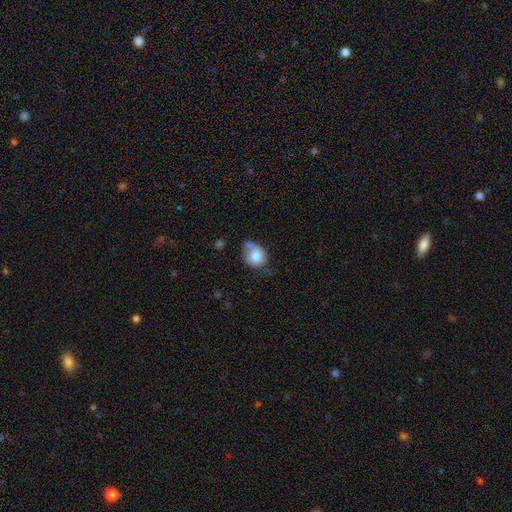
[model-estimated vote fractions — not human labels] smooth_or_featured: smooth (p=0.78) [alt: featured or disk p=0.13]
how_rounded: round (p=0.59) [alt: in between p=0.40]
merging: minor disturbance (p=0.37) [alt: none p=0.34]